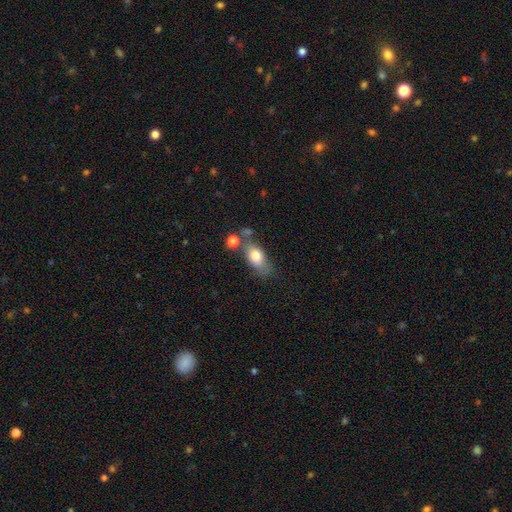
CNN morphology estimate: smooth_or_featured: smooth (p=0.75) [alt: featured or disk p=0.17]
how_rounded: in between (p=0.82) [alt: cigar-shaped p=0.10]
merging: none (p=0.51) [alt: minor disturbance p=0.21]